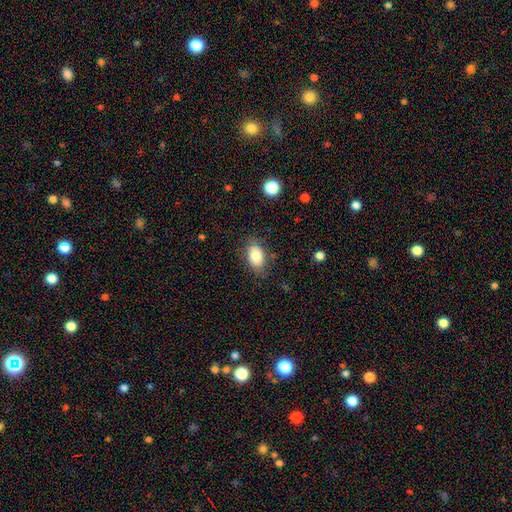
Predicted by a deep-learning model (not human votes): Overall: smooth (79%). How rounded: in between (88%). Merging: none (75%).